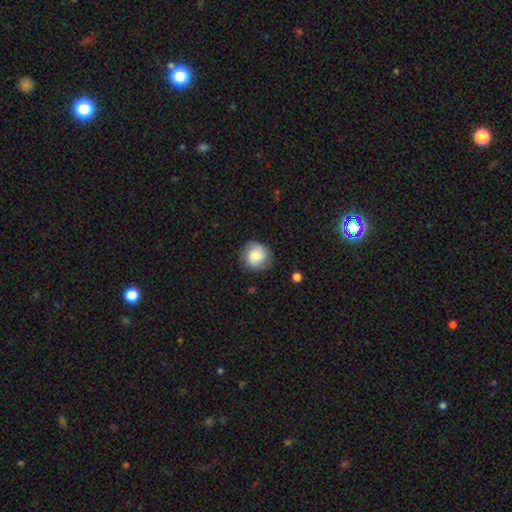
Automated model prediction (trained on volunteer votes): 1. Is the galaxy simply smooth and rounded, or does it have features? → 69% smooth, 23% featured or disk, 8% star or artifact.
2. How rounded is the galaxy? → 88% round, 11% in between, 1% cigar-shaped.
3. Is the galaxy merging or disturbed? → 74% none, 19% minor disturbance, 6% major disturbance, 1% merger.